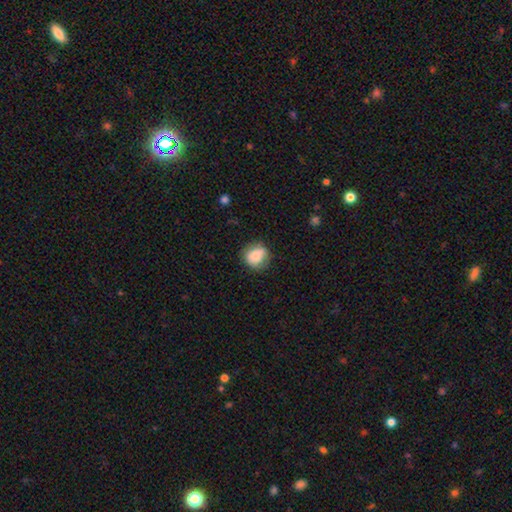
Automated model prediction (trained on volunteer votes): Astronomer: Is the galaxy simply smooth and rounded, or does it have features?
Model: smooth — 79%.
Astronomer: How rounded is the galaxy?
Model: round — 78%.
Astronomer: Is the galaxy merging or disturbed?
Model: none — 76%.